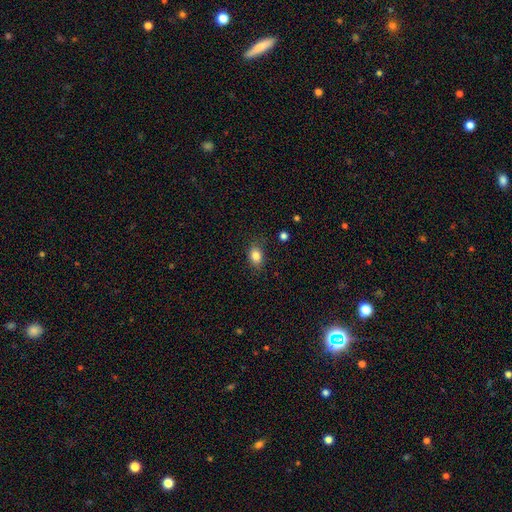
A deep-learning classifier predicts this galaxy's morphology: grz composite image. It shows a smooth galaxy with no disk features (84%) that is in between round and cigar-shaped (74%). Merging: none (81%).